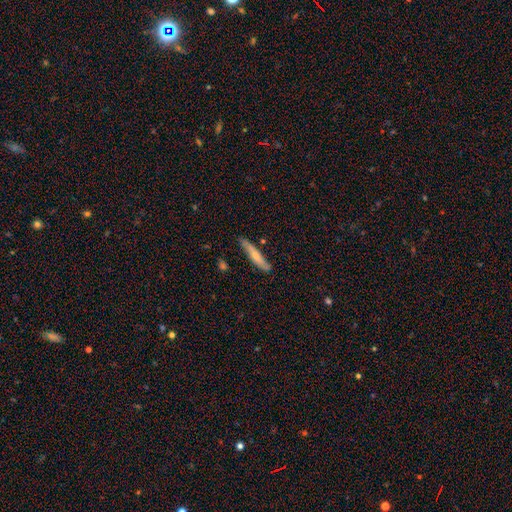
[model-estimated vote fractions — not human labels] Smooth or featured?
  - smooth: 61% *
  - featured or disk: 33%
  - star or artifact: 6%
How rounded?
  - cigar-shaped: 90% *
  - in between: 9%
  - round: 2%
Merging?
  - none: 76% *
  - minor disturbance: 18%
  - major disturbance: 3%
  - merger: 3%